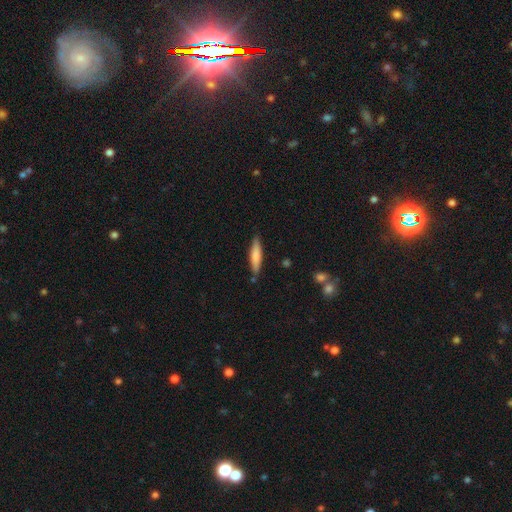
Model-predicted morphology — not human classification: smooth-or-featured: smooth: 75% | featured or disk: 20% | star or artifact: 5%
  how-rounded: cigar-shaped: 80% | in between: 19% | round: 1%
  merging: none: 82% | minor disturbance: 13% | merger: 3% | major disturbance: 2%